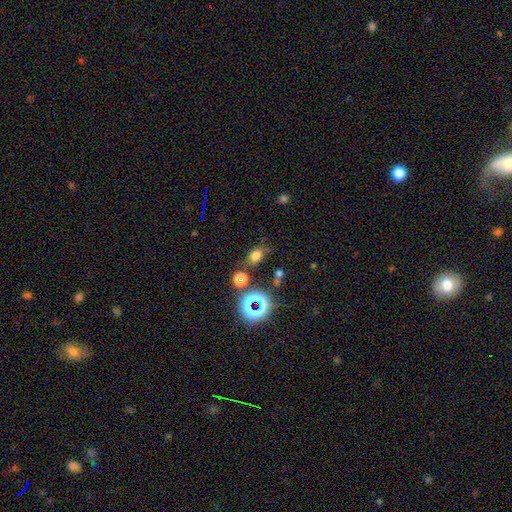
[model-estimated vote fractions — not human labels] smooth_or_featured: smooth (p=0.67) [alt: star or artifact p=0.24]
how_rounded: in between (p=0.69) [alt: round p=0.29]
merging: none (p=0.71) [alt: minor disturbance p=0.15]